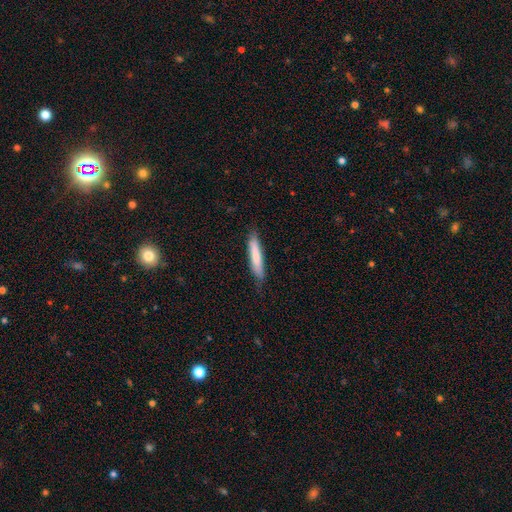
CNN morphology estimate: A smooth galaxy with no disk features (77%) that is cigar-shaped (89%).

Vote fractions:
- Smooth or featured? smooth: 77% / featured or disk: 18% / star or artifact: 5%
- How rounded? cigar-shaped: 89% / in between: 9% / round: 1%
- Merging? none: 80% / minor disturbance: 16% / major disturbance: 3% / merger: 1%